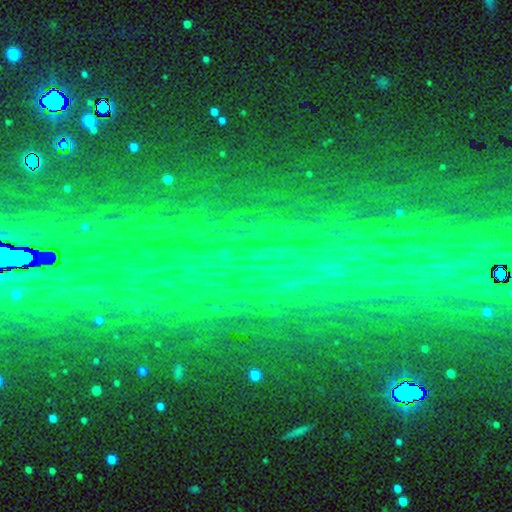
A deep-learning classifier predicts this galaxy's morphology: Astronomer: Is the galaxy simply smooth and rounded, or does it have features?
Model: star or artifact — 86%.